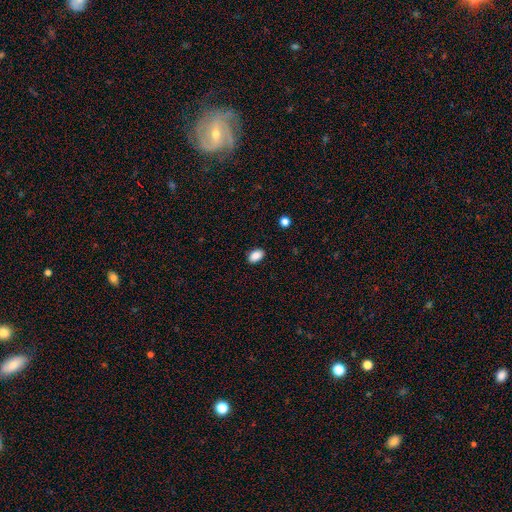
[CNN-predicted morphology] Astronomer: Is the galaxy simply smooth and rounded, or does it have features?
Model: smooth — 88%.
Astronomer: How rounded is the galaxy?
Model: in between — 86%.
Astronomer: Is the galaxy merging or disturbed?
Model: none — 88%.